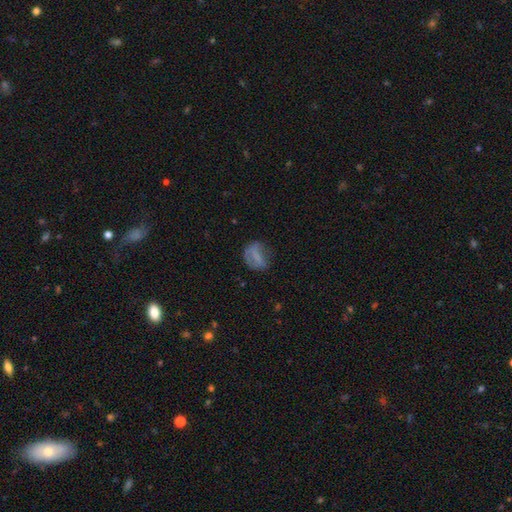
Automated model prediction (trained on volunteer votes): This is possibly a smooth galaxy (56%). How rounded: possibly round (50%). Merging: possibly none (53%).